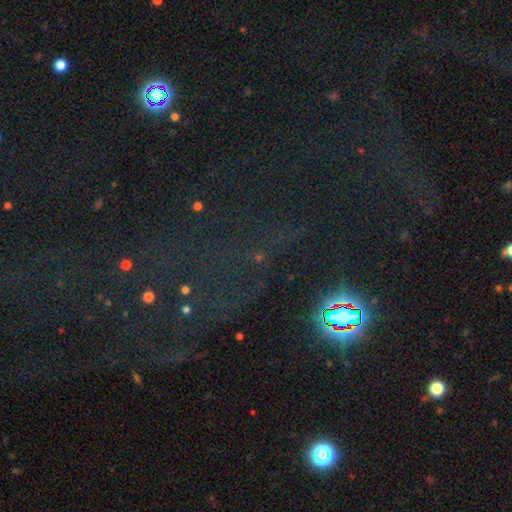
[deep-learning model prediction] A star or artifact, not a galaxy (79%).